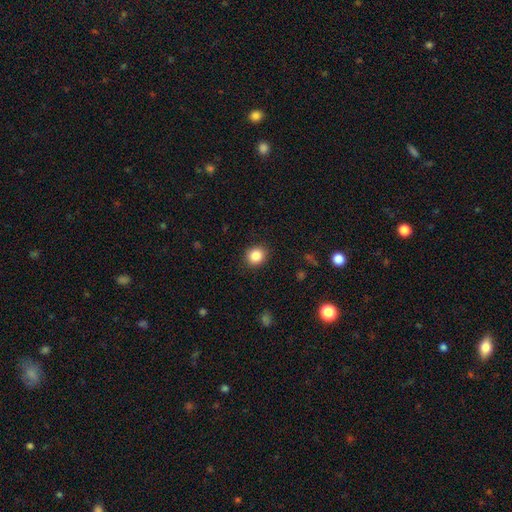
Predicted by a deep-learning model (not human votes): Morphology: type=smooth (86%); roundness=round (78%); merging=none (89%).